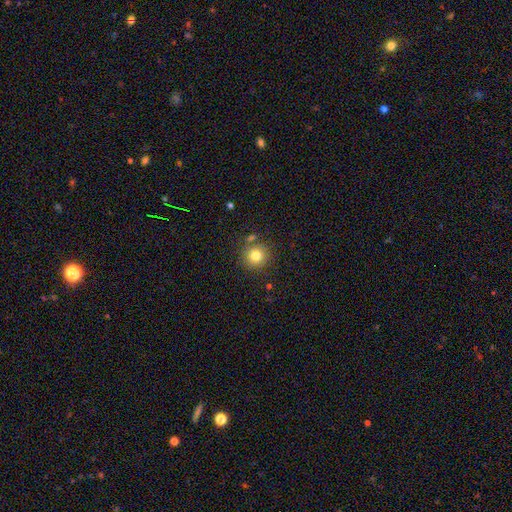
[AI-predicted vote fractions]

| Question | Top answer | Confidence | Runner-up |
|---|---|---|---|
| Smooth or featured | smooth | 81% | star or artifact (12%) |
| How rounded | round | 93% | in between (6%) |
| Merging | none | 81% | minor disturbance (9%) |